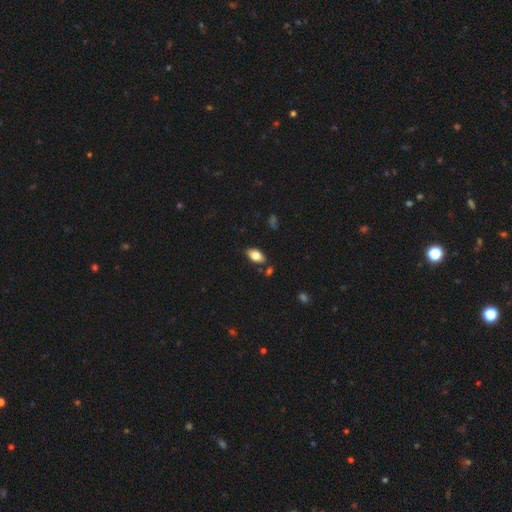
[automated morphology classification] Smooth or featured? Predicted: smooth (p=0.80). How rounded? Predicted: in between (p=0.92). Merging? Predicted: none (p=0.82).